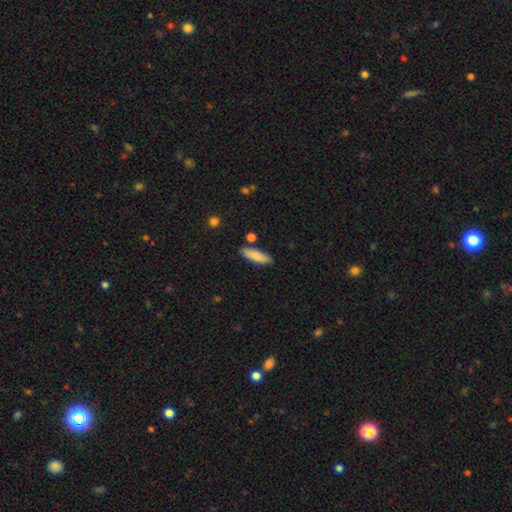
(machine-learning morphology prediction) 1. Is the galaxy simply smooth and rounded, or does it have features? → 83% smooth, 11% featured or disk, 6% star or artifact.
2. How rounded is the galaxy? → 50% in between, 48% cigar-shaped, 2% round.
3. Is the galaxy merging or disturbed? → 83% none, 11% minor disturbance, 4% merger, 2% major disturbance.